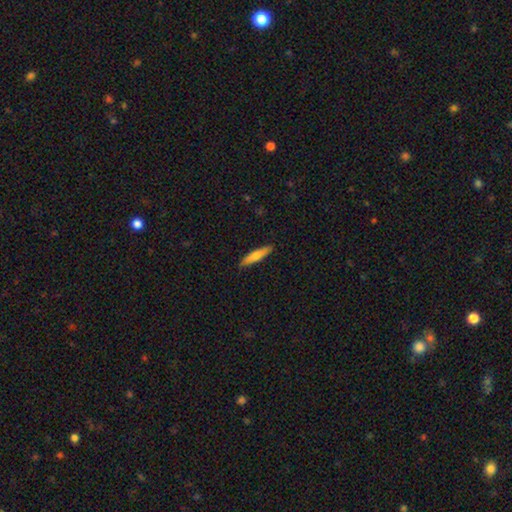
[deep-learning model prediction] Smooth or featured?
  - smooth: 70% *
  - featured or disk: 24%
  - star or artifact: 6%
How rounded?
  - cigar-shaped: 84% *
  - in between: 15%
  - round: 2%
Merging?
  - none: 88% *
  - minor disturbance: 9%
  - major disturbance: 2%
  - merger: 1%